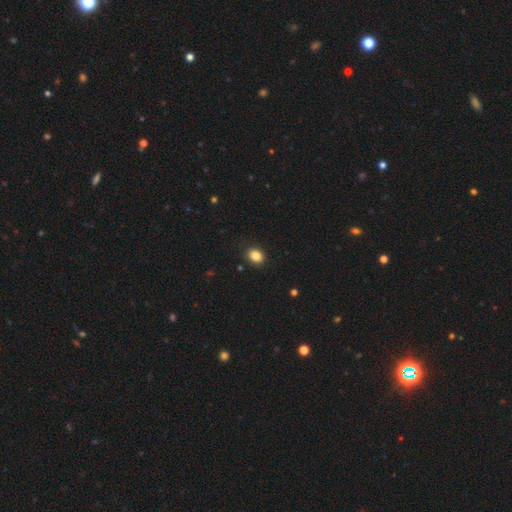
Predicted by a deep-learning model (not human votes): Smooth or featured? smooth (86%)
How rounded? in between (63%)
Merging? none (88%)